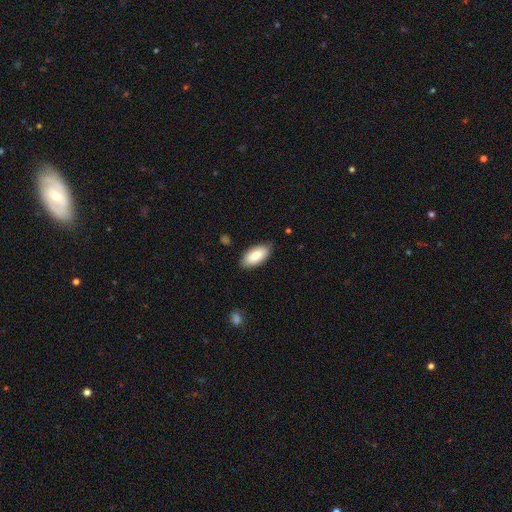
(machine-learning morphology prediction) Overall: smooth (86%). How rounded: in between (93%). Merging: none (84%).